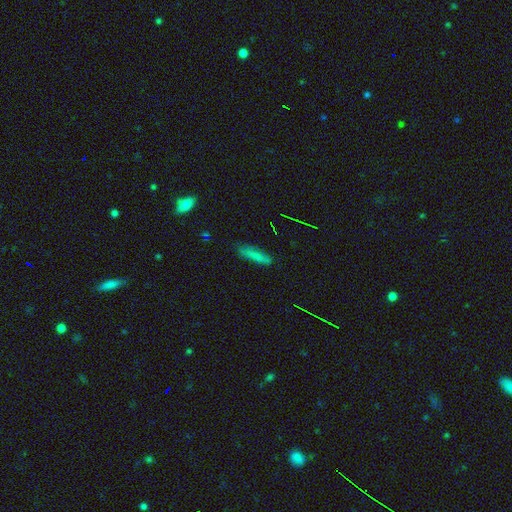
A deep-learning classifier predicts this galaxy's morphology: Smooth or featured? Predicted: smooth (p=0.77). How rounded? Predicted: cigar-shaped (p=0.77). Merging? Predicted: none (p=0.78).